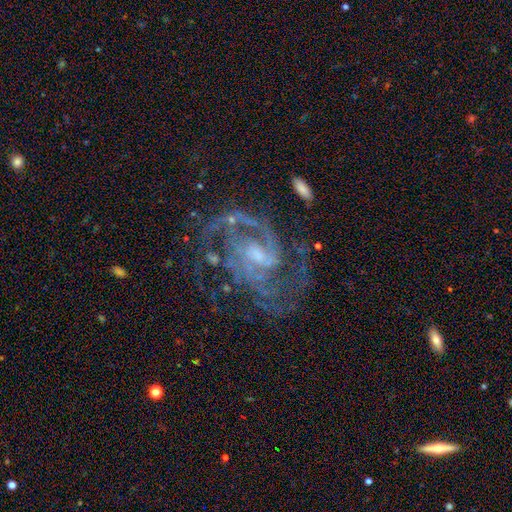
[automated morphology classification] Smooth or featured? Predicted: featured or disk (p=0.89). Edge-on disk? Predicted: no (p=0.98). Bar? Predicted: weak (p=0.52). Spiral arms? Predicted: yes (p=0.97). Spiral winding? Predicted: medium (p=0.54). Spiral arm count? Predicted: 2 (p=0.54). Bulge size? Predicted: small (p=0.49). Merging? Predicted: none (p=0.65).